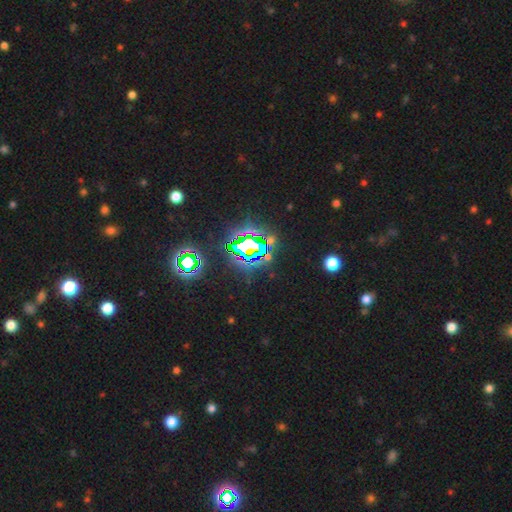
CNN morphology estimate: Smooth or featured? star or artifact (77%)